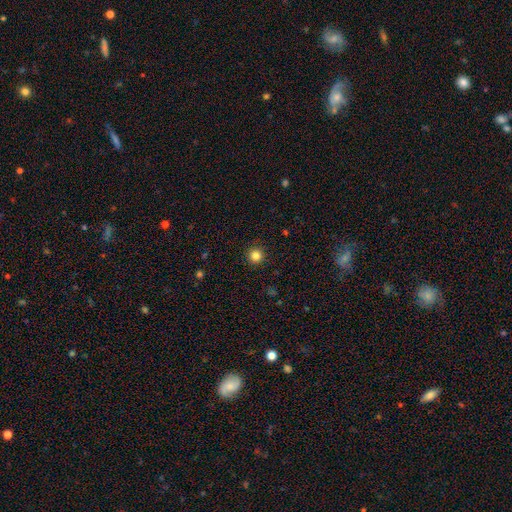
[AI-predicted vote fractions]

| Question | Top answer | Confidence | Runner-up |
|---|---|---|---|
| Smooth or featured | smooth | 84% | star or artifact (12%) |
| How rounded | round | 96% | in between (3%) |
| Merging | none | 92% | minor disturbance (5%) |